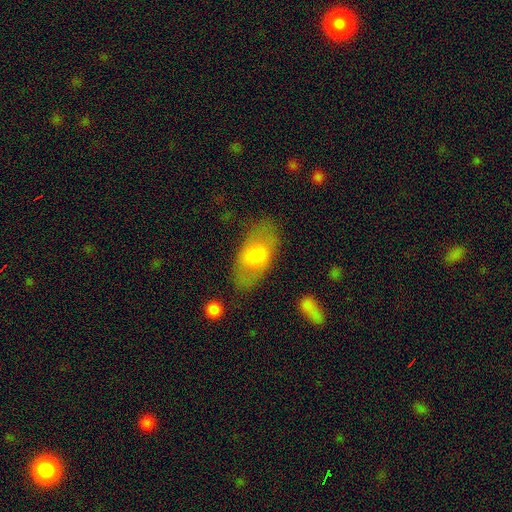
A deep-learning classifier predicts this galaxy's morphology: Smooth or featured: smooth — 65% (featured or disk — 28%)
How rounded: in between — 91% (round — 6%)
Merging: none — 71% (minor disturbance — 17%)